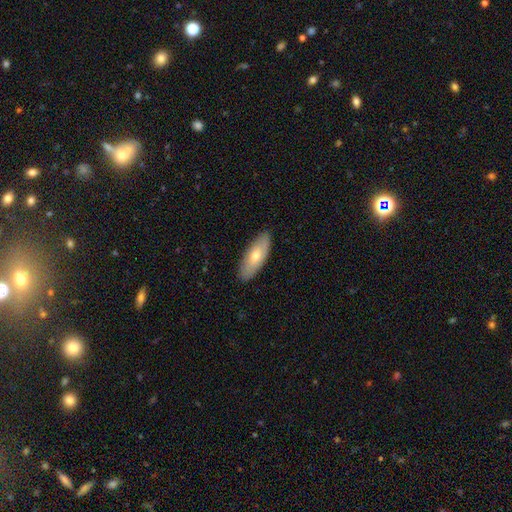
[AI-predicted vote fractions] Smooth or featured? Predicted: smooth (p=0.63). How rounded? Predicted: in between (p=0.70). Merging? Predicted: none (p=0.88).